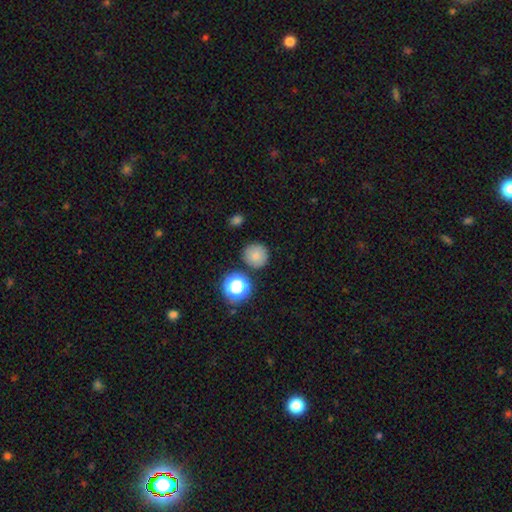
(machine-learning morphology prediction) This is likely a smooth galaxy (78%). How rounded: clearly round (93%). Merging: clearly none (83%).